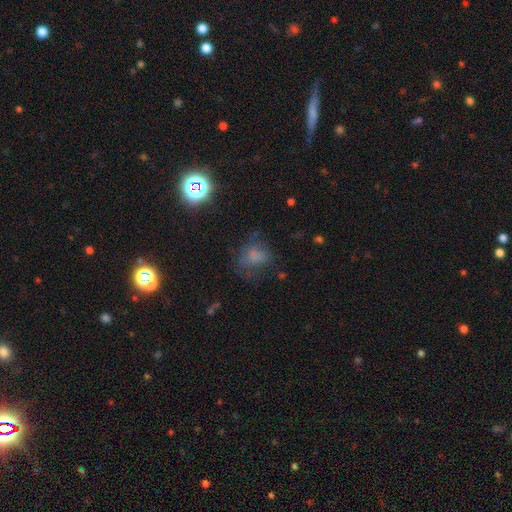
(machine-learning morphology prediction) Smooth or featured? Predicted: smooth (p=0.65). How rounded? Predicted: in between (p=0.57). Merging? Predicted: none (p=0.47).